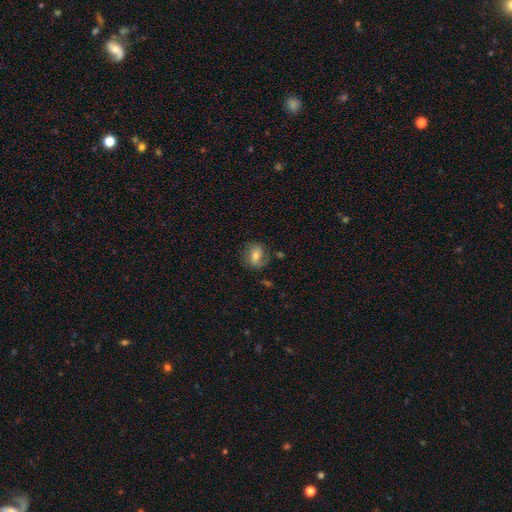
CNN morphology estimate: This is possibly a smooth galaxy (55%). How rounded: possibly round (54%). Merging: likely none (67%).